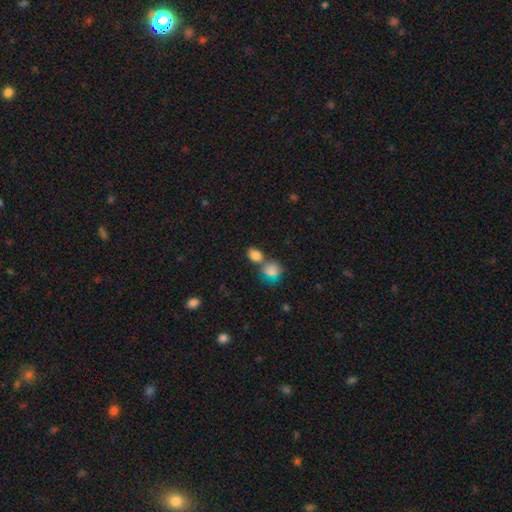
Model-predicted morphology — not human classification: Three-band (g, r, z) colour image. It shows a smooth galaxy with no disk features (83%) that is in between round and cigar-shaped (69%). Merging: none (45%).